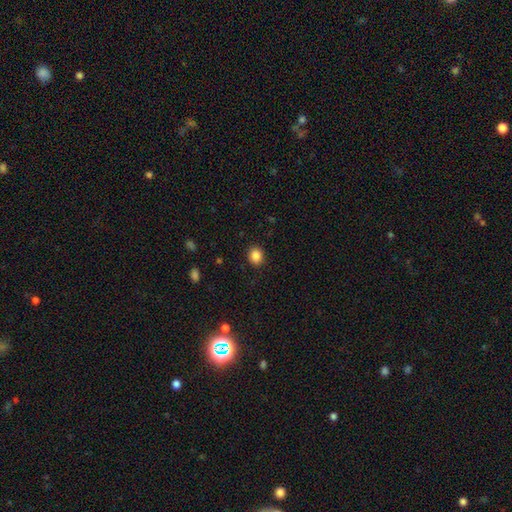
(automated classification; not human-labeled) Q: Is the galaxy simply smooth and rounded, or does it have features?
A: smooth — 86%.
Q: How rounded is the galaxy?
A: round — 68%.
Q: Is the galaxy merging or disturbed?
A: none — 90%.